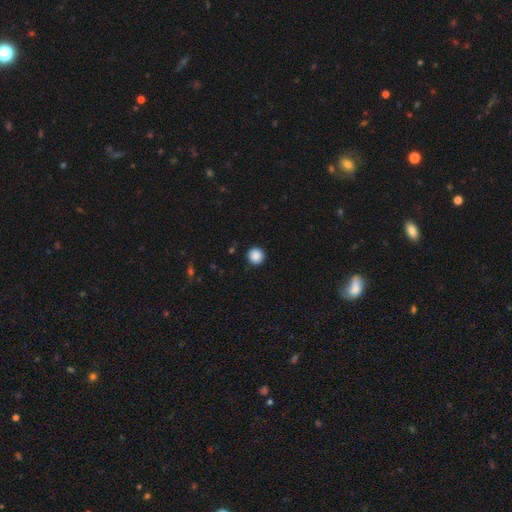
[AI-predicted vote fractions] smooth_or_featured: smooth (p=0.88) [alt: star or artifact p=0.09]
how_rounded: round (p=0.95) [alt: in between p=0.04]
merging: none (p=0.92) [alt: minor disturbance p=0.05]